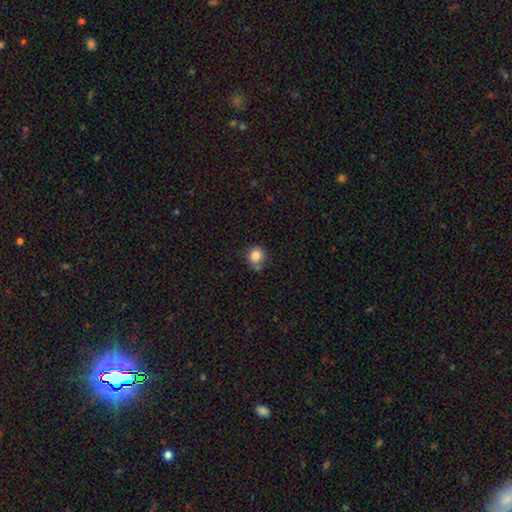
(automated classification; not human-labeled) Morphology: type=smooth (83%); roundness=round (88%); merging=none (67%).